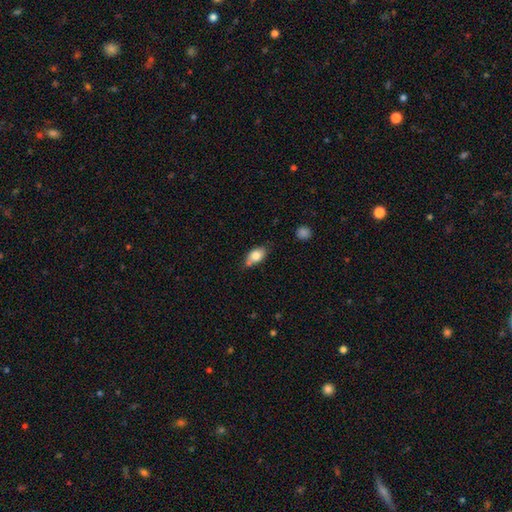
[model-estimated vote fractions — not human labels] Overall: smooth (81%). How rounded: in between (86%). Merging: none (56%; minor disturbance 26%).